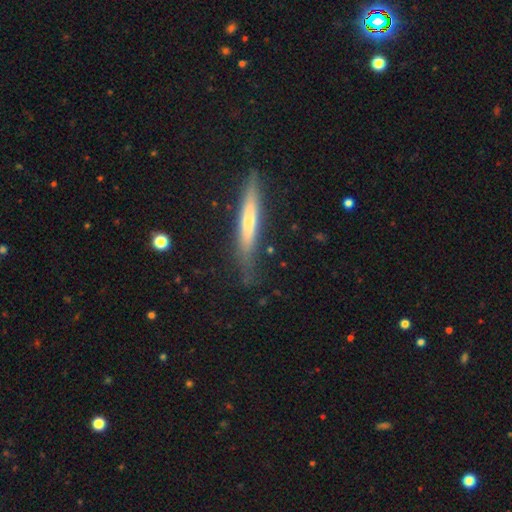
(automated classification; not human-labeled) smooth_or_featured: featured or disk (p=0.61) [alt: smooth p=0.29]
disk_edge_on: yes (p=0.91) [alt: no p=0.09]
edge_on_bulge: rounded (p=0.62) [alt: none p=0.31]
merging: none (p=0.77) [alt: minor disturbance p=0.17]